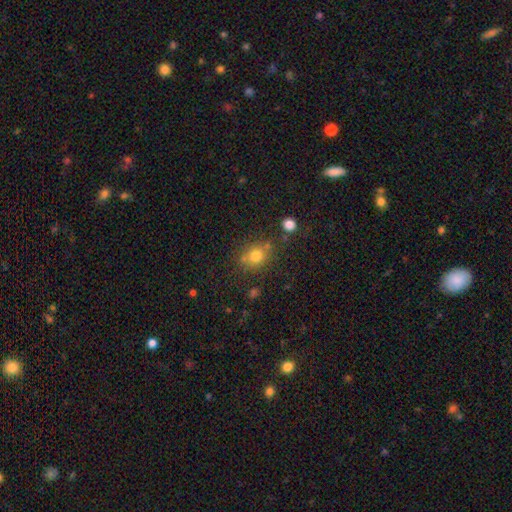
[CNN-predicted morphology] smooth_or_featured: smooth (p=0.77) [alt: star or artifact p=0.13]
how_rounded: round (p=0.70) [alt: in between p=0.29]
merging: none (p=0.69) [alt: minor disturbance p=0.15]